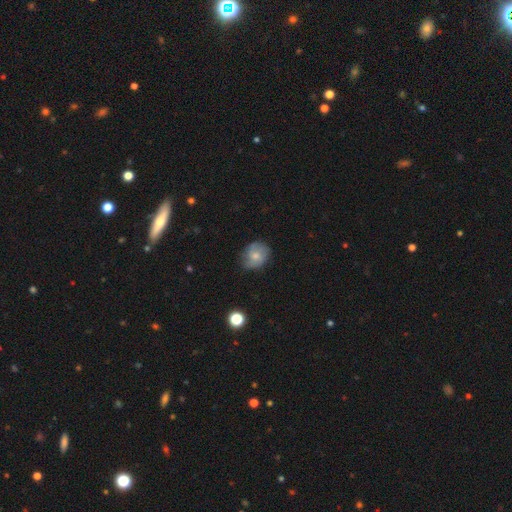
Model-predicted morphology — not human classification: The model was most divided on "how rounded": round: 57%, in between: 42%, cigar-shaped: 1%. More confident: merging — none (66%); smooth or featured — smooth (57%).